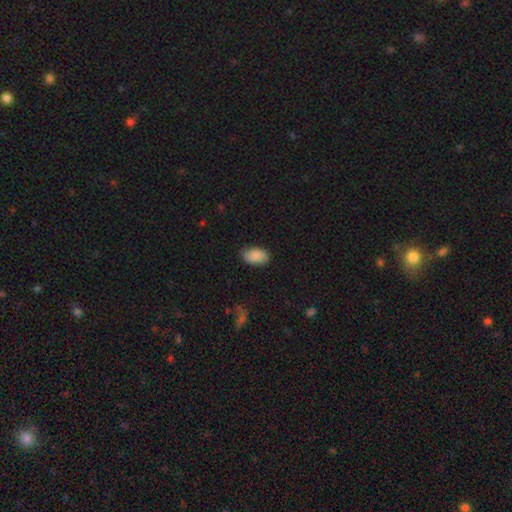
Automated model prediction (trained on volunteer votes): A smooth galaxy with no disk features (87%) that is in between round and cigar-shaped (93%). Merging: none (79%).